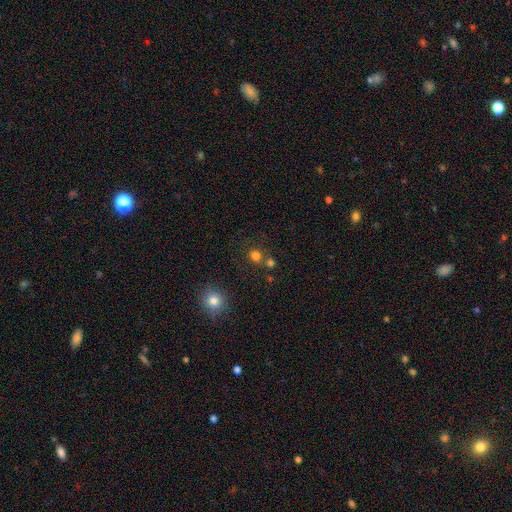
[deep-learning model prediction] Smooth or featured? Predicted: smooth (p=0.77). How rounded? Predicted: round (p=0.84). Merging? Predicted: none (p=0.67).